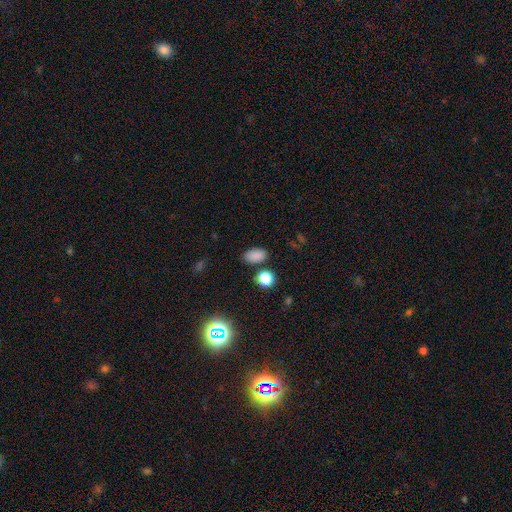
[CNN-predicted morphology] smooth-or-featured: smooth: 83% | star or artifact: 13% | featured or disk: 4%
  how-rounded: in between: 89% | round: 9% | cigar-shaped: 2%
  merging: none: 81% | minor disturbance: 11% | merger: 5% | major disturbance: 3%